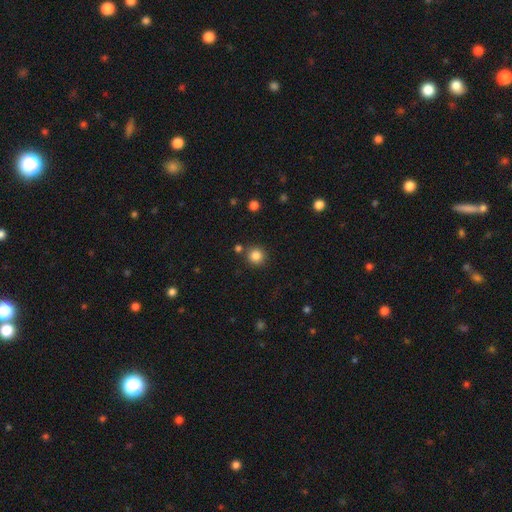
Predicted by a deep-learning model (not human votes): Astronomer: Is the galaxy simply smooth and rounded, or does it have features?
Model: smooth — 84%.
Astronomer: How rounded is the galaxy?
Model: round — 94%.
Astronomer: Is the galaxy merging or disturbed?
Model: none — 84%.